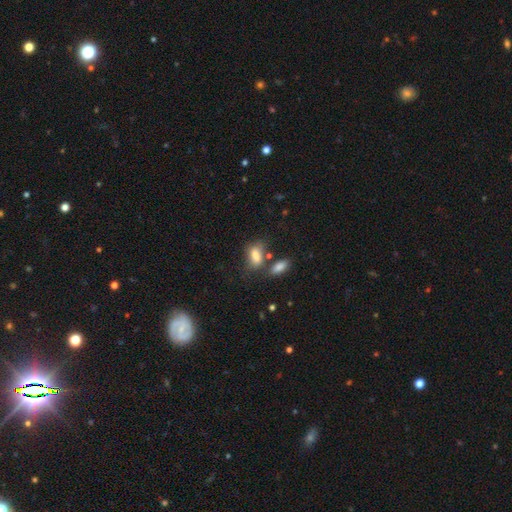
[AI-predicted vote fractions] Smooth or featured? Predicted: smooth (p=0.80). How rounded? Predicted: in between (p=0.85). Merging? Predicted: none (p=0.47).